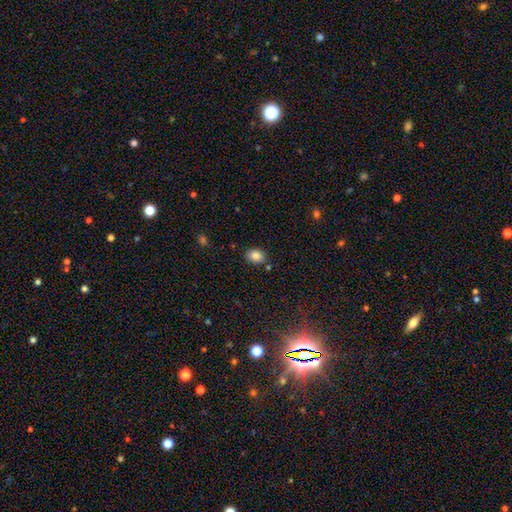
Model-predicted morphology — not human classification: Smooth or featured? Predicted: smooth (p=0.84). How rounded? Predicted: in between (p=0.68). Merging? Predicted: none (p=0.81).